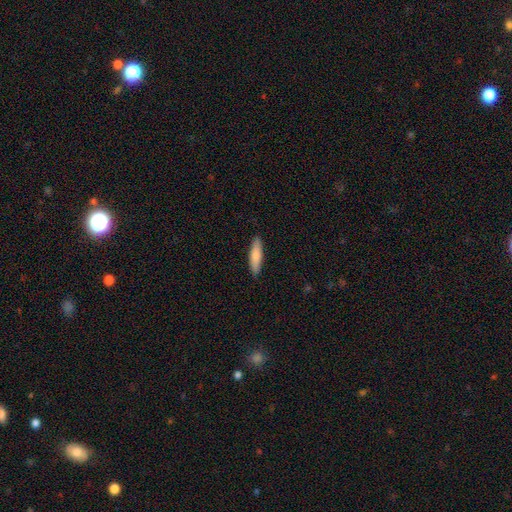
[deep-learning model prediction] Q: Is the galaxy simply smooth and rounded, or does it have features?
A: smooth — 82%.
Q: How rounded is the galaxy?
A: cigar-shaped — 74%.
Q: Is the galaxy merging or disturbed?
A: none — 90%.